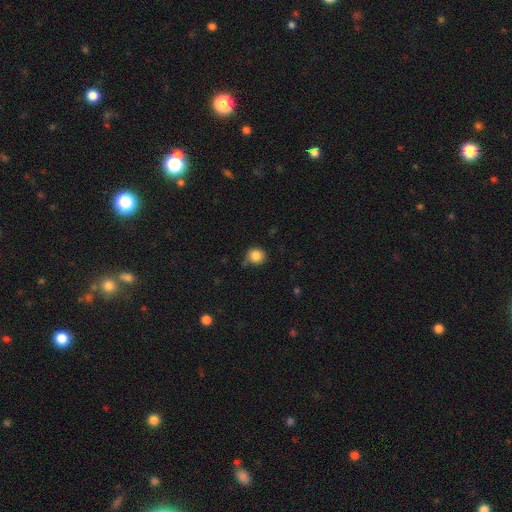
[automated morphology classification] type=smooth (85%); roundness=round (88%); merging=none (67%).